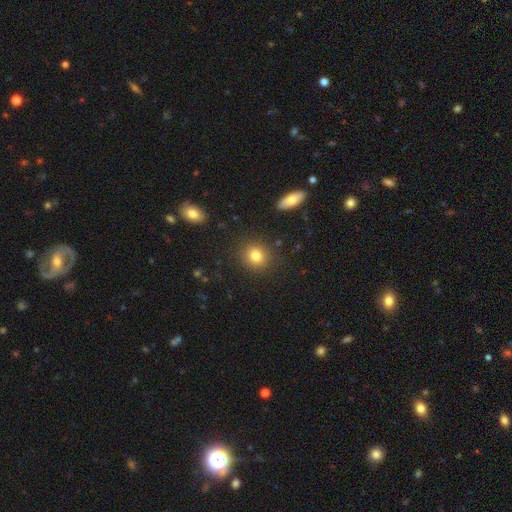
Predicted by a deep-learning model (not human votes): Smooth or featured?
  - smooth: 81% *
  - star or artifact: 11%
  - featured or disk: 8%
How rounded?
  - round: 84% *
  - in between: 15%
  - cigar-shaped: 1%
Merging?
  - none: 88% *
  - minor disturbance: 7%
  - major disturbance: 3%
  - merger: 2%